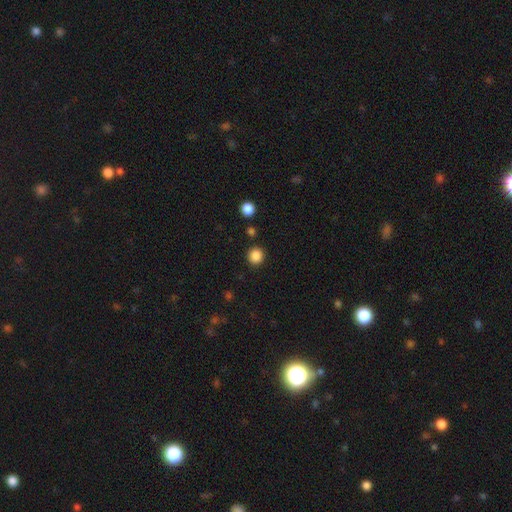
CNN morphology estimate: Smooth or featured: smooth — 87% (star or artifact — 11%)
How rounded: round — 90% (in between — 9%)
Merging: none — 89% (minor disturbance — 6%)